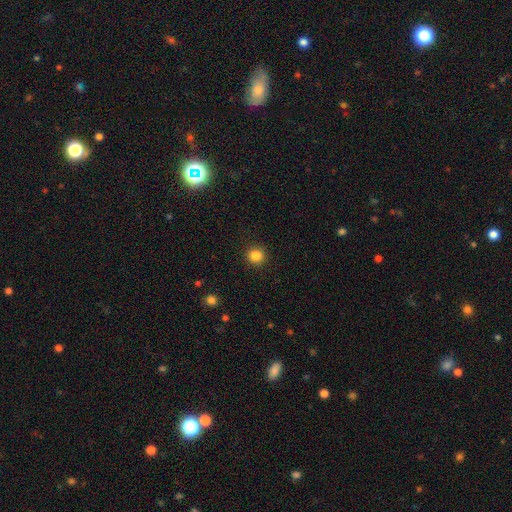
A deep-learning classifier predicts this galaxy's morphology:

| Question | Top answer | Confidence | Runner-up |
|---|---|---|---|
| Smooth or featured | smooth | 85% | star or artifact (12%) |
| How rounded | round | 92% | in between (7%) |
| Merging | none | 92% | minor disturbance (5%) |